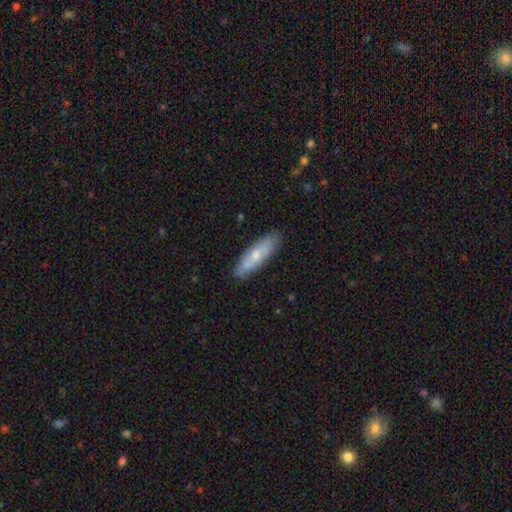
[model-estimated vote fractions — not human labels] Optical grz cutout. It shows a smooth galaxy with no disk features (59%) that is cigar-shaped (61%). Merging: none (83%).